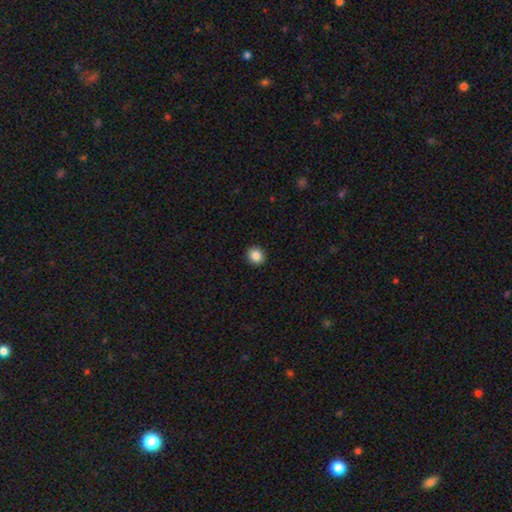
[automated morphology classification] smooth_or_featured: smooth (p=0.86) [alt: star or artifact p=0.09]
how_rounded: round (p=0.85) [alt: in between p=0.14]
merging: none (p=0.93) [alt: minor disturbance p=0.05]